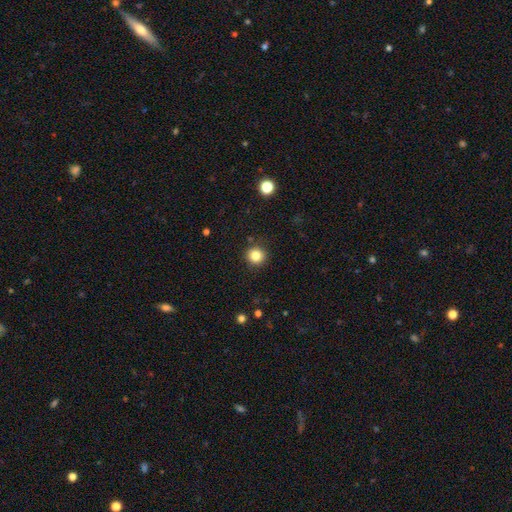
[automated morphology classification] smooth-or-featured: smooth: 83% | star or artifact: 11% | featured or disk: 5%
  how-rounded: round: 93% | in between: 7% | cigar-shaped: 1%
  merging: none: 90% | minor disturbance: 7% | major disturbance: 2% | merger: 1%